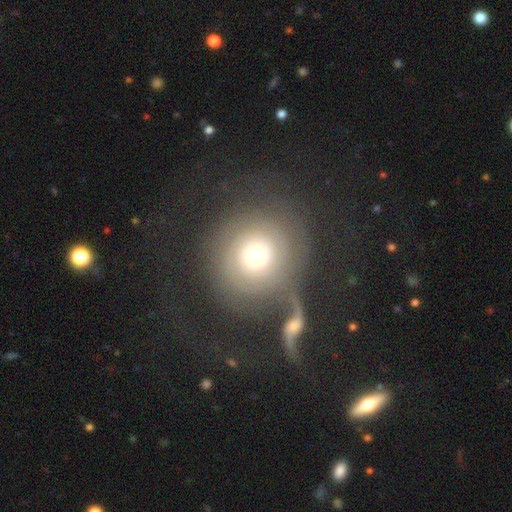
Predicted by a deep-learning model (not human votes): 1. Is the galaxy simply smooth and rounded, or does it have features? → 58% featured or disk, 32% smooth, 10% star or artifact.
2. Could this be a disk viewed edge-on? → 96% no, 4% yes.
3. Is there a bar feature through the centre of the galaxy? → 83% no, 13% weak, 4% strong.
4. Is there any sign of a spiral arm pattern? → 78% yes, 22% no.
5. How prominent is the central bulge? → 58% moderate, 24% small, 13% large, 3% dominant, 2% none.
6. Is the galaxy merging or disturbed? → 55% none, 19% merger, 14% major disturbance, 12% minor disturbance.